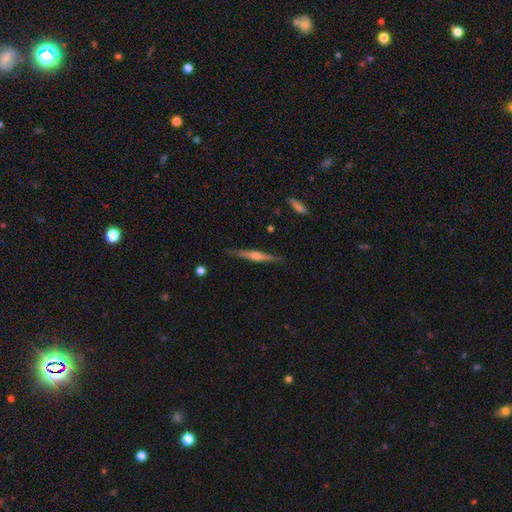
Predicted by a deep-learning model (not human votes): Q: Smooth or featured?
A: featured or disk (72%); runner-up: smooth (22%)
Q: Edge-on disk?
A: yes (98%); runner-up: no (2%)
Q: Edge-on bulge?
A: rounded (74%); runner-up: boxy (17%)
Q: Merging?
A: none (87%); runner-up: minor disturbance (9%)